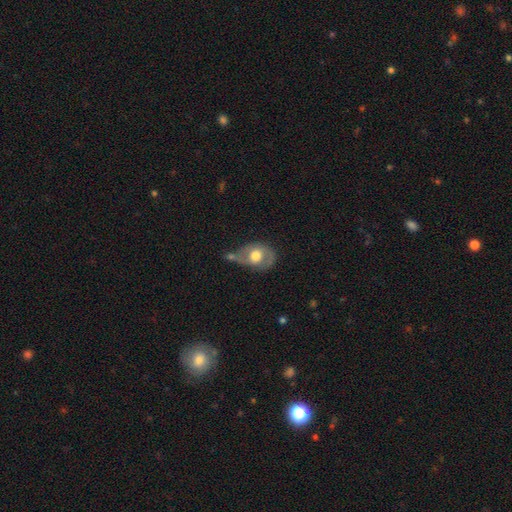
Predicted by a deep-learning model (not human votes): smooth-or-featured: featured or disk: 51% | smooth: 42% | star or artifact: 7%
  disk-edge-on: no: 94% | yes: 6%
  merging: none: 33% | minor disturbance: 25% | merger: 22% | major disturbance: 20%